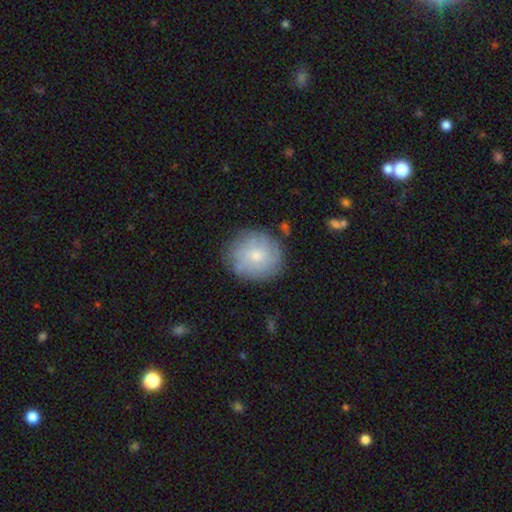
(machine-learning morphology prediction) smooth 53%, featured or disk 38%, star or artifact 8%. Down the decision tree: how rounded — round (87%); merging — none (80%).